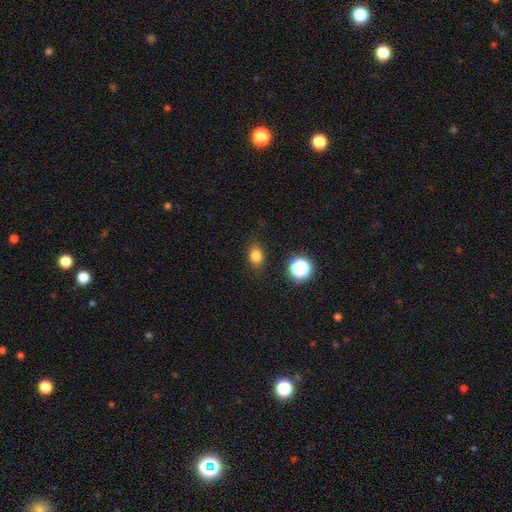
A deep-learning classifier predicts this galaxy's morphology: smooth-or-featured: smooth: 79% | star or artifact: 14% | featured or disk: 7%
  how-rounded: in between: 59% | round: 39% | cigar-shaped: 2%
  merging: none: 84% | minor disturbance: 11% | major disturbance: 3% | merger: 1%